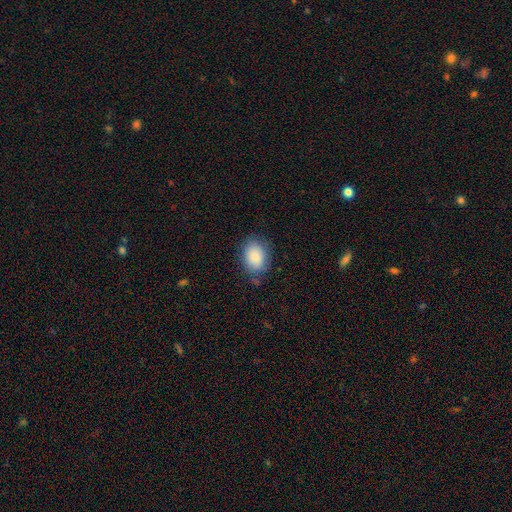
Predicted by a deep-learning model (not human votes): This appears to be a smooth galaxy with no disk features (86%) that is in between round and cigar-shaped (74%). Merging: none (78%).